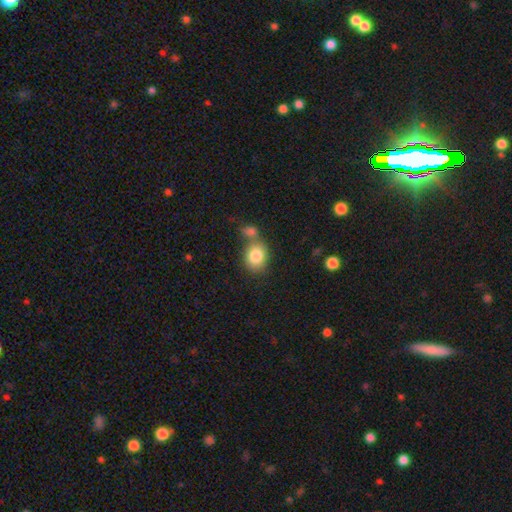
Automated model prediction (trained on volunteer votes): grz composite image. It shows a smooth galaxy with no disk features (83%) that is in between round and cigar-shaped (51%). Merging: none (52%).